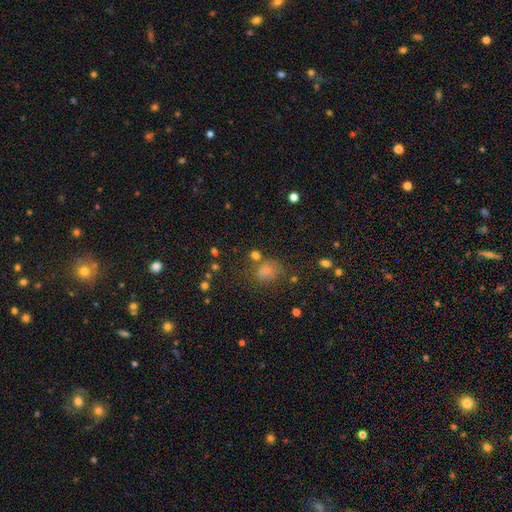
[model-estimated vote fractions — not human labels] Morphology: type=smooth (69%); roundness=round (52%); merging=none (55%).